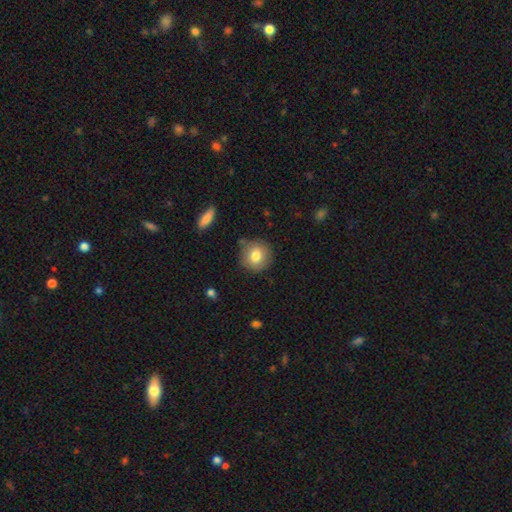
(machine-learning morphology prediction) Overall: smooth (78%). How rounded: round (90%). Merging: none (82%).